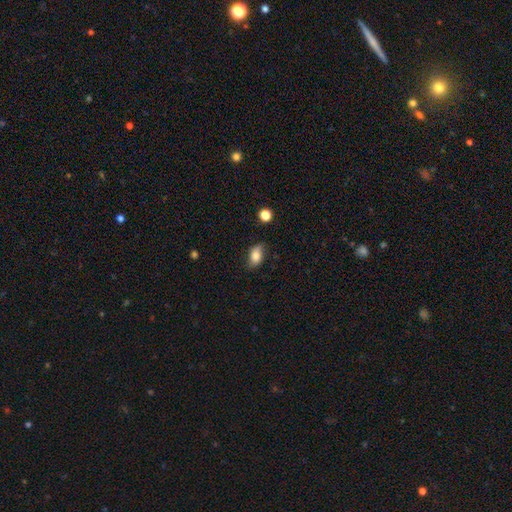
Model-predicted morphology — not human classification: type=smooth (77%); roundness=in between (86%); merging=none (73%).